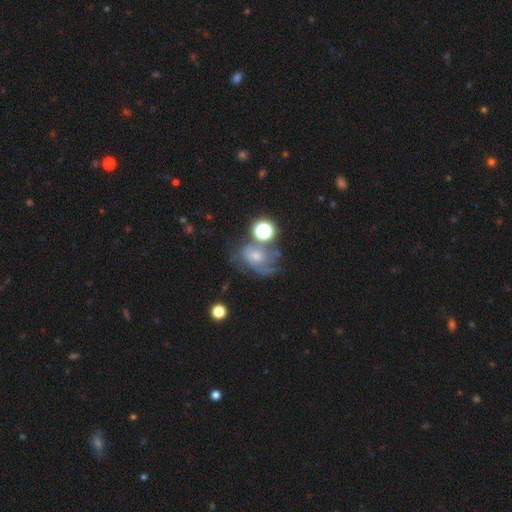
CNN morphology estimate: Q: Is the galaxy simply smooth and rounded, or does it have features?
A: featured or disk — 53%.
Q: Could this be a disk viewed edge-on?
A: no — 96%.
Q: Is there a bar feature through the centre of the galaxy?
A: no — 74%.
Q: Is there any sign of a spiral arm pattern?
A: yes — 74%.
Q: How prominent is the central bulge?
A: small — 46%.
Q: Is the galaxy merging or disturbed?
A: none — 32%.